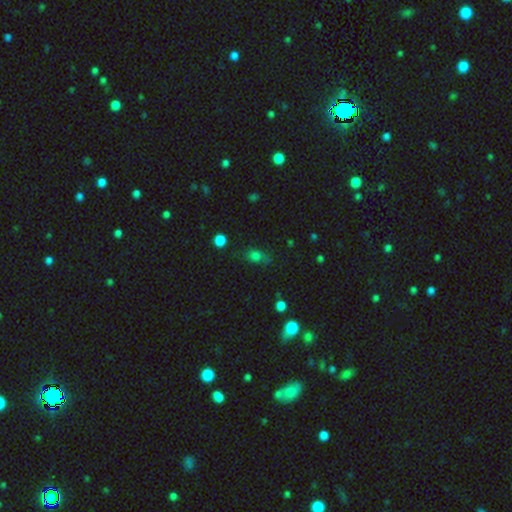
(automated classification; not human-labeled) This appears to be a smooth galaxy with no disk features (71%) that is in between round and cigar-shaped (60%). Merging: none (65%).